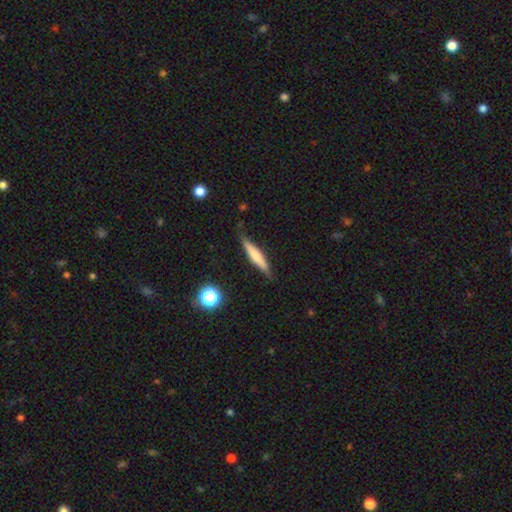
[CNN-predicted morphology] type=smooth (60%); roundness=cigar-shaped (89%); merging=none (80%).